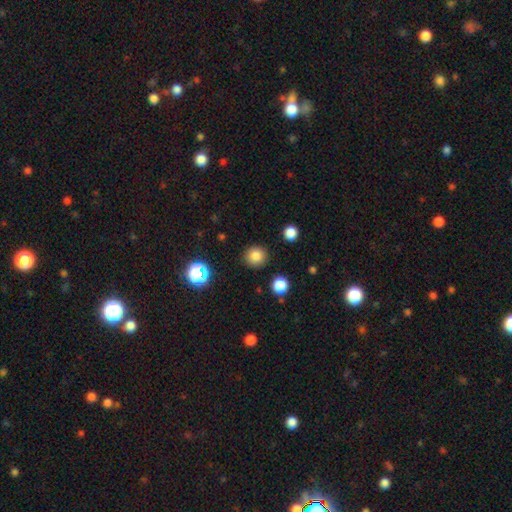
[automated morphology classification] Q: Smooth or featured?
A: smooth (82%); runner-up: star or artifact (13%)
Q: How rounded?
A: round (92%); runner-up: in between (7%)
Q: Merging?
A: none (90%); runner-up: minor disturbance (6%)